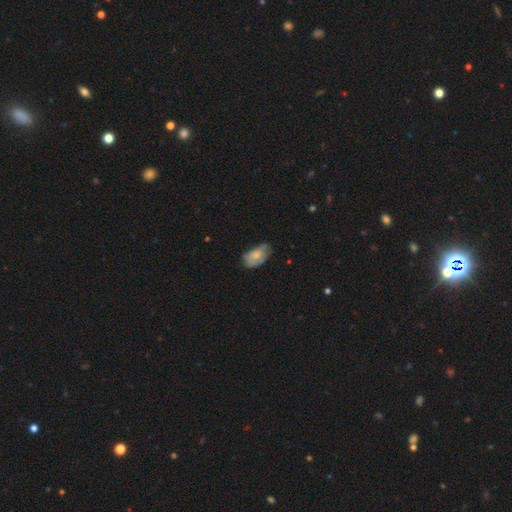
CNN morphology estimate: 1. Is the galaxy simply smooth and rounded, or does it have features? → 68% smooth, 25% featured or disk, 8% star or artifact.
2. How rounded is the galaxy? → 92% in between, 6% round, 2% cigar-shaped.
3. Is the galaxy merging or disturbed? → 48% none, 37% minor disturbance, 13% major disturbance, 2% merger.